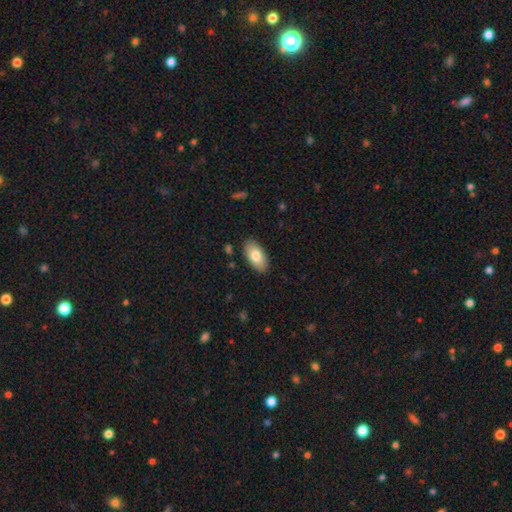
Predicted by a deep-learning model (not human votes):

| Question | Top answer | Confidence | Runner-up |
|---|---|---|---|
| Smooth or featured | smooth | 79% | featured or disk (15%) |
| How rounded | in between | 94% | cigar-shaped (3%) |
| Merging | none | 88% | minor disturbance (9%) |